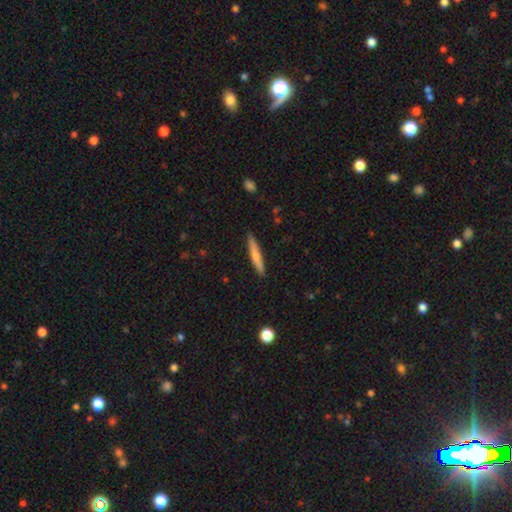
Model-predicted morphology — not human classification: smooth 69%, featured or disk 25%, star or artifact 6%. Down the decision tree: how rounded — cigar-shaped (94%); merging — none (89%).